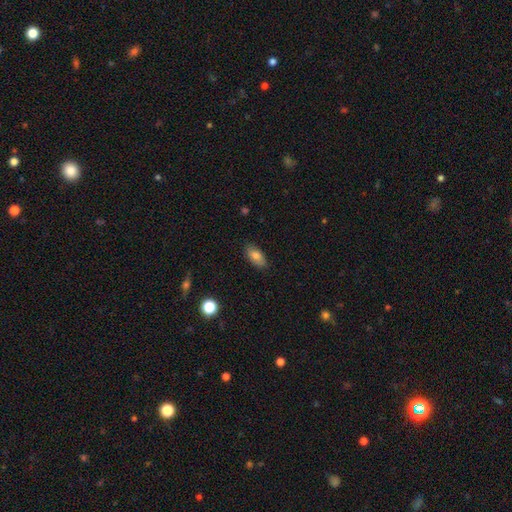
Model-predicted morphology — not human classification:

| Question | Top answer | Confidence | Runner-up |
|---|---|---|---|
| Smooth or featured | smooth | 80% | featured or disk (12%) |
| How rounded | in between | 90% | cigar-shaped (6%) |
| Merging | none | 85% | minor disturbance (11%) |